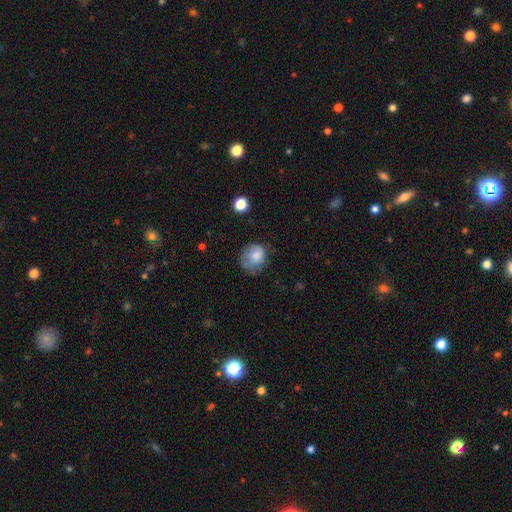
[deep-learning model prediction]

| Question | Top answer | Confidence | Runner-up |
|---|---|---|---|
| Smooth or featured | smooth | 75% | featured or disk (15%) |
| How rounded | round | 66% | in between (33%) |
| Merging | none | 48% | minor disturbance (31%) |